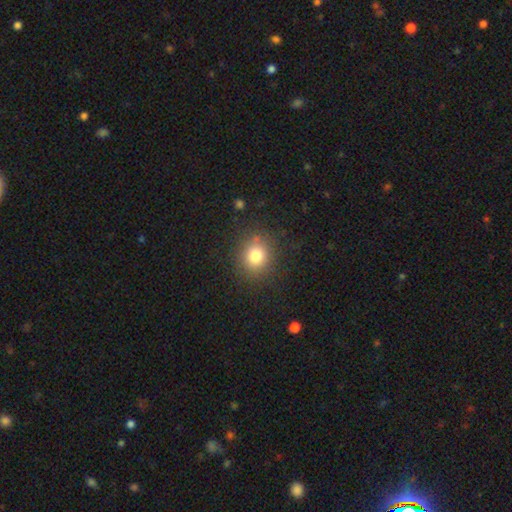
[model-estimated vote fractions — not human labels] This is likely a smooth galaxy (79%). How rounded: likely round (76%). Merging: clearly none (85%).